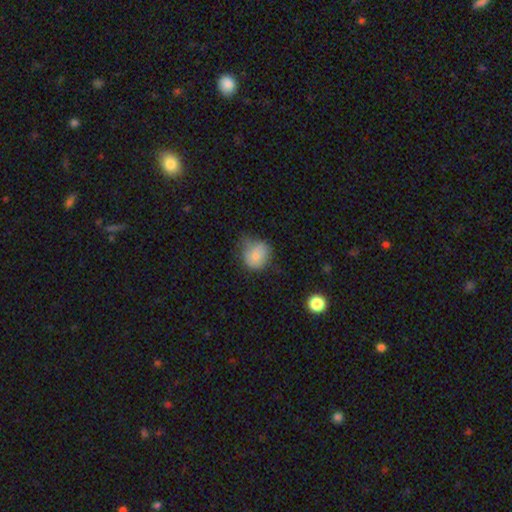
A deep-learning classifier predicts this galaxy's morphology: Smooth or featured: smooth — 76% (featured or disk — 15%)
How rounded: round — 74% (in between — 26%)
Merging: none — 43% (minor disturbance — 39%)